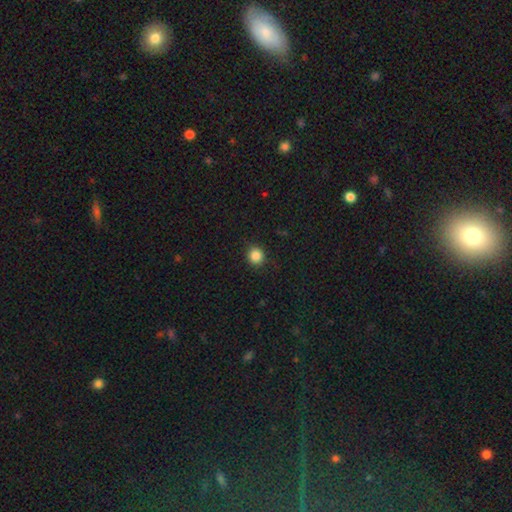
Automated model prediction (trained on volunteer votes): smooth-or-featured: smooth: 86% | star or artifact: 11% | featured or disk: 3%
  how-rounded: round: 89% | in between: 10% | cigar-shaped: 1%
  merging: none: 90% | minor disturbance: 7% | major disturbance: 2% | merger: 1%